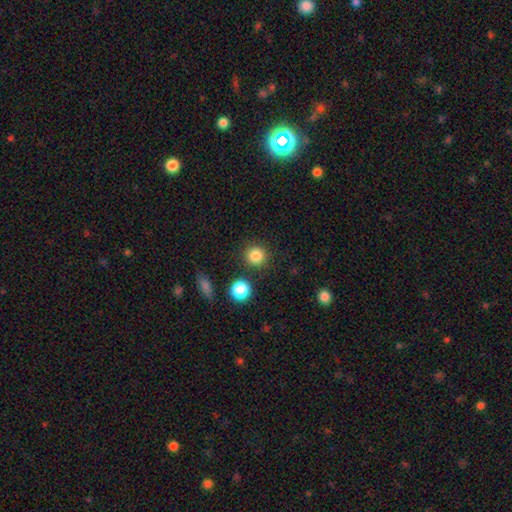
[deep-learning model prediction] A smooth galaxy with no disk features (84%) that is round (92%). Merging: none (87%).